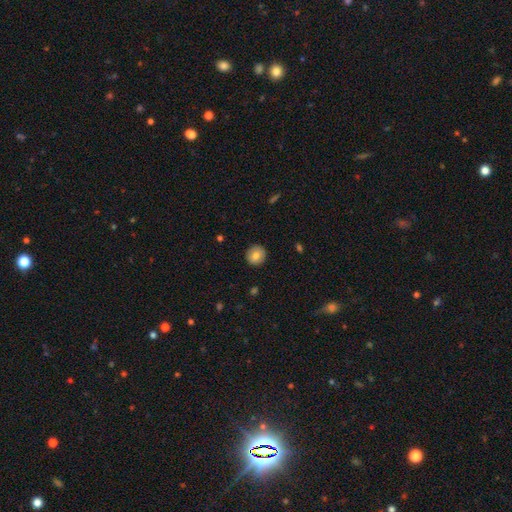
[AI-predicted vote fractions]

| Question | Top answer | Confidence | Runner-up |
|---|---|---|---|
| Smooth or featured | smooth | 74% | featured or disk (18%) |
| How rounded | round | 92% | in between (7%) |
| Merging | none | 89% | minor disturbance (8%) |